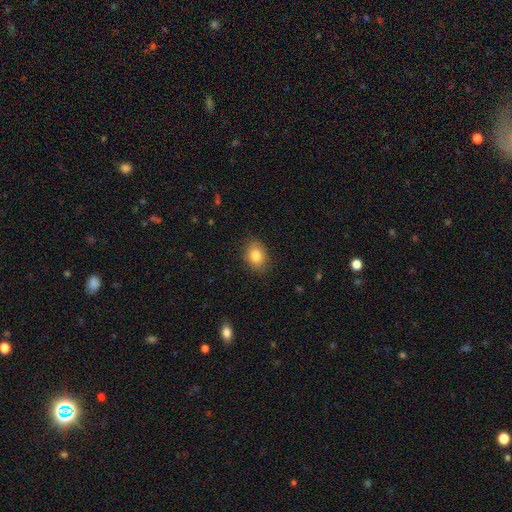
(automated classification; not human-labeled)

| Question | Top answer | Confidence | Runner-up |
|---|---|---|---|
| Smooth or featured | smooth | 83% | star or artifact (9%) |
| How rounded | in between | 71% | round (27%) |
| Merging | none | 84% | minor disturbance (12%) |